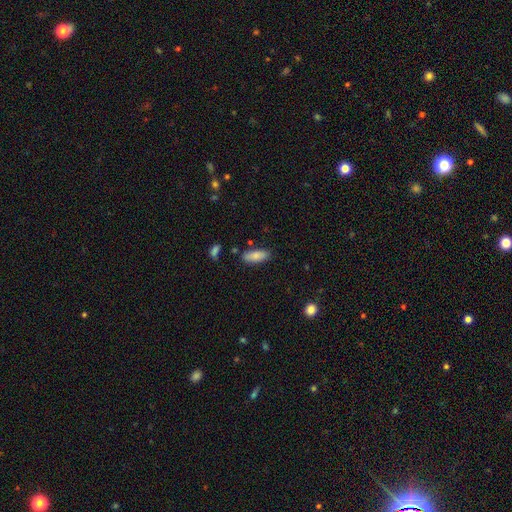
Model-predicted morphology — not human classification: smooth_or_featured: smooth (p=0.83) [alt: featured or disk p=0.10]
how_rounded: in between (p=0.79) [alt: cigar-shaped p=0.19]
merging: none (p=0.81) [alt: minor disturbance p=0.13]